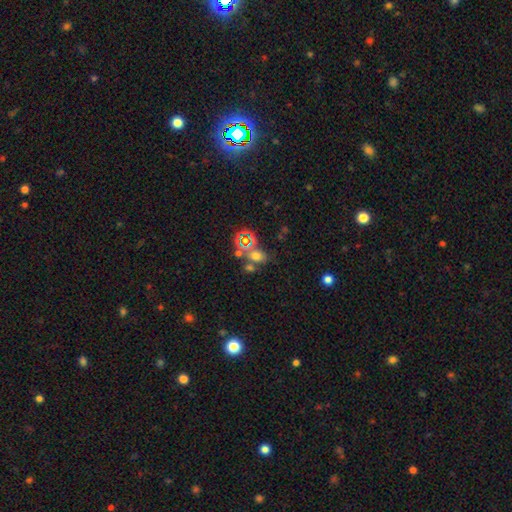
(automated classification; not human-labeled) This appears to be a smooth galaxy with no disk features (56%) that is in between round and cigar-shaped (62%). Merging: none (52%).